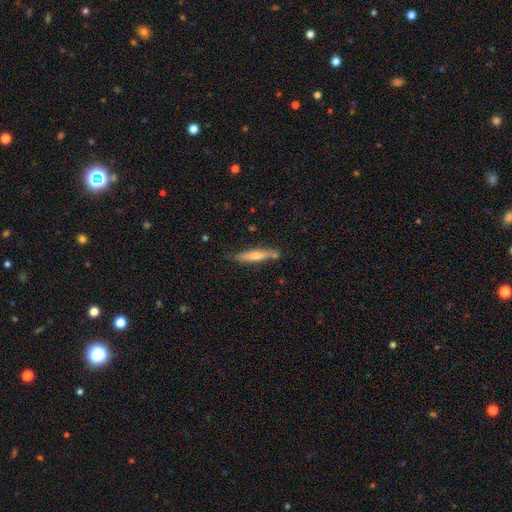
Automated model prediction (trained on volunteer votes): Smooth or featured? smooth (49%)
Merging? none (78%)